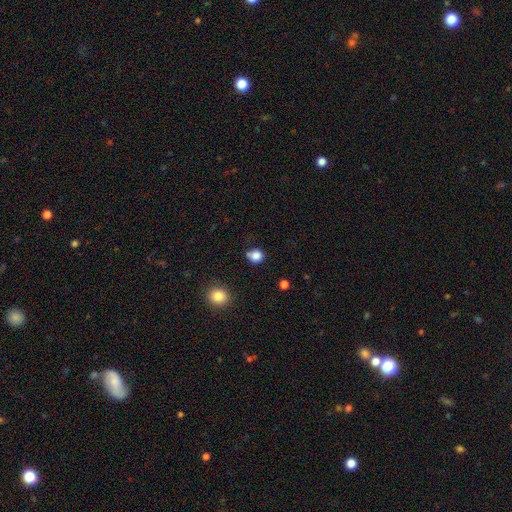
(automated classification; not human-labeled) smooth_or_featured: smooth (p=0.84) [alt: star or artifact p=0.12]
how_rounded: round (p=0.78) [alt: in between p=0.22]
merging: none (p=0.66) [alt: minor disturbance p=0.23]